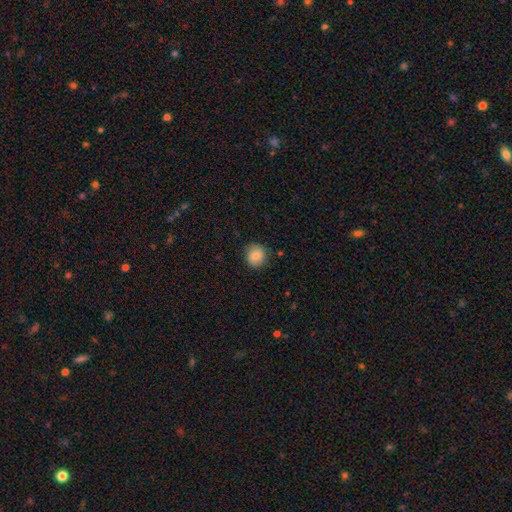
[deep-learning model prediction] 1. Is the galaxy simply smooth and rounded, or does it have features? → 83% smooth, 9% featured or disk, 8% star or artifact.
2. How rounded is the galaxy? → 88% round, 11% in between, 1% cigar-shaped.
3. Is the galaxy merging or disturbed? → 84% none, 12% minor disturbance, 3% major disturbance, 1% merger.